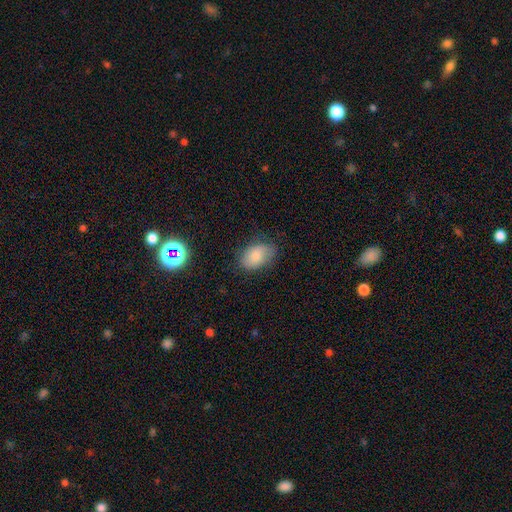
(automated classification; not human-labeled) Overall: smooth (81%). How rounded: in between (89%). Merging: none (72%).